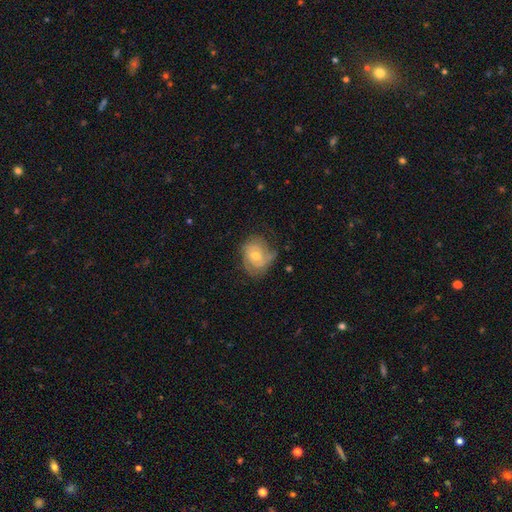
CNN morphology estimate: The model was most divided on "bar": no: 60%, weak: 34%, strong: 6%. More confident: edge-on disk — no (97%); spiral arms — yes (82%); bulge size — moderate (64%); smooth or featured — featured or disk (62%); merging — none (55%).